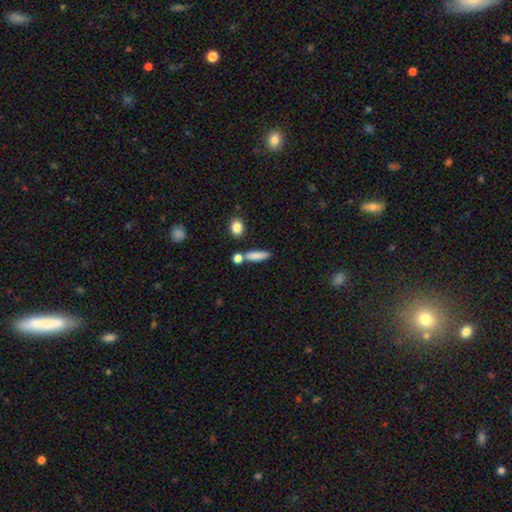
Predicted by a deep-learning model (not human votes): A smooth galaxy with no disk features (82%) that is cigar-shaped (61%).

Vote fractions:
- Smooth or featured? smooth: 82% / featured or disk: 10% / star or artifact: 8%
- How rounded? cigar-shaped: 61% / in between: 33% / round: 6%
- Merging? none: 68% / merger: 15% / minor disturbance: 13% / major disturbance: 4%